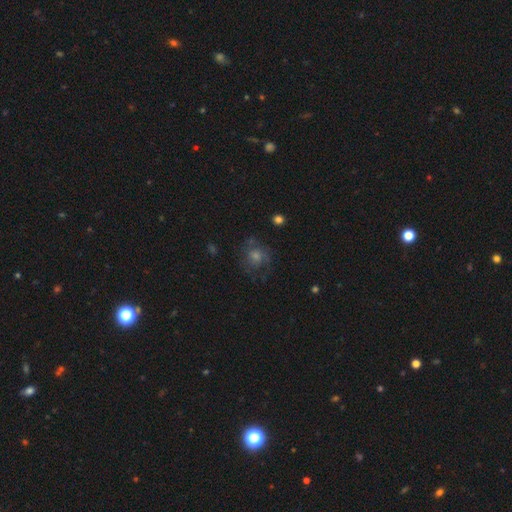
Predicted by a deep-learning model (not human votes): Smooth or featured? Predicted: featured or disk (p=0.41). Merging? Predicted: none (p=0.70).